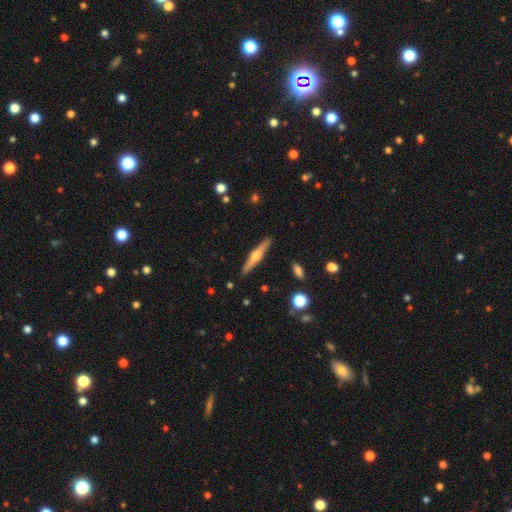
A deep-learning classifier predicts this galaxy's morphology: Smooth or featured?
  - featured or disk: 65% *
  - smooth: 29%
  - star or artifact: 6%
Edge-on disk?
  - yes: 97% *
  - no: 3%
Edge-on bulge?
  - rounded: 93% *
  - none: 4%
  - boxy: 3%
Merging?
  - none: 91% *
  - minor disturbance: 6%
  - major disturbance: 1%
  - merger: 1%